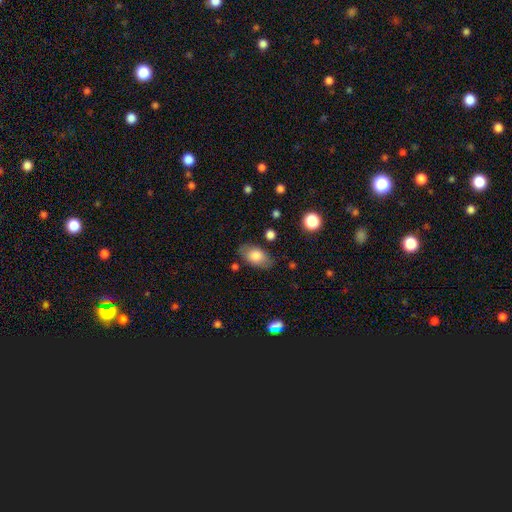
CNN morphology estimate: smooth 75%, featured or disk 18%, star or artifact 7%. Down the decision tree: how rounded — in between (91%); merging — none (76%).